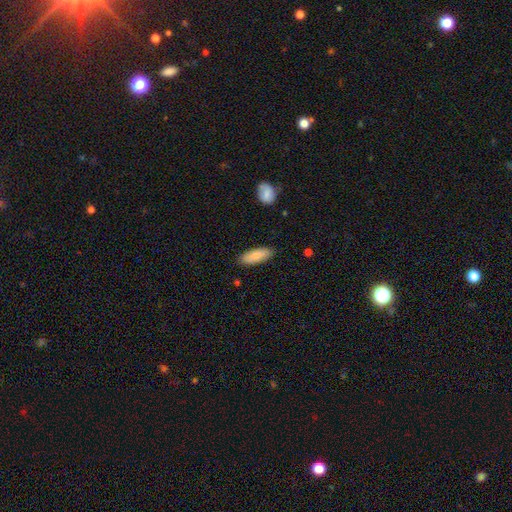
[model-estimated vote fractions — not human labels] smooth 81%, featured or disk 13%, star or artifact 6%. Down the decision tree: how rounded — in between (66%); merging — none (87%).